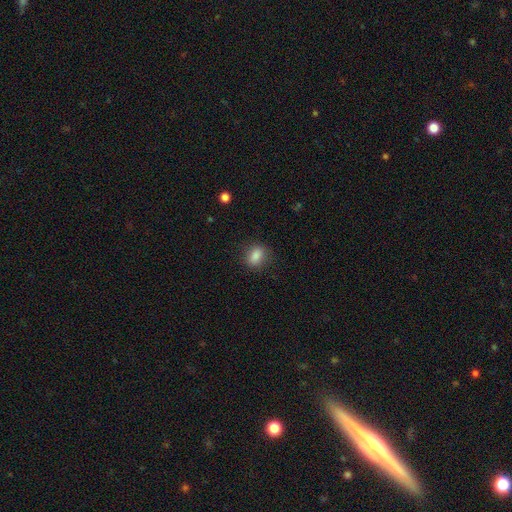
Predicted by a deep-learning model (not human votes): The model was most divided on "how rounded": in between: 65%, round: 33%, cigar-shaped: 2%. More confident: smooth or featured — smooth (86%); merging — none (82%).